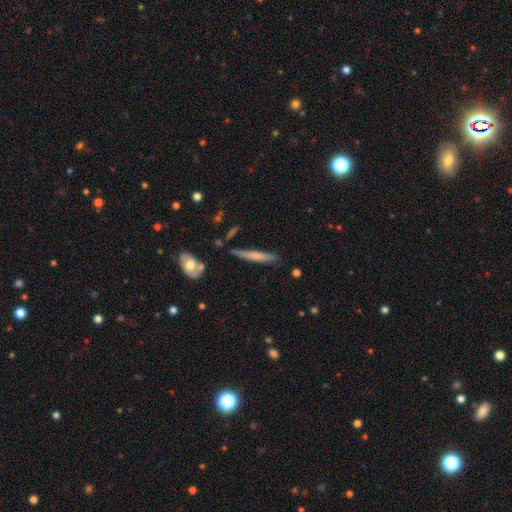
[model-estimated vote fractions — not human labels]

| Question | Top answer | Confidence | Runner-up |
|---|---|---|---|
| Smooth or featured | smooth | 56% | featured or disk (38%) |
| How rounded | cigar-shaped | 93% | in between (6%) |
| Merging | none | 80% | minor disturbance (14%) |